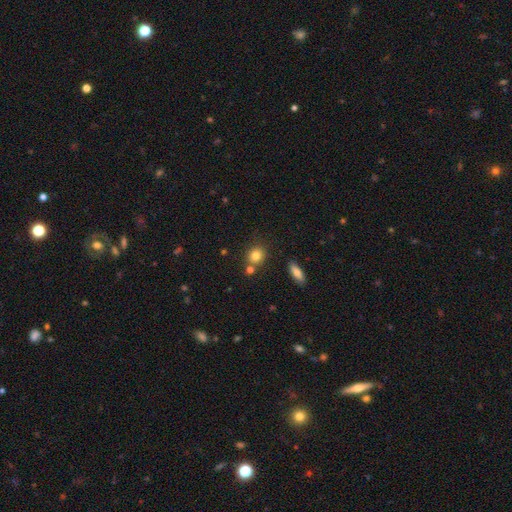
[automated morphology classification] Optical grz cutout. It shows a smooth galaxy with no disk features (81%) that is round (74%). Merging: none (74%).